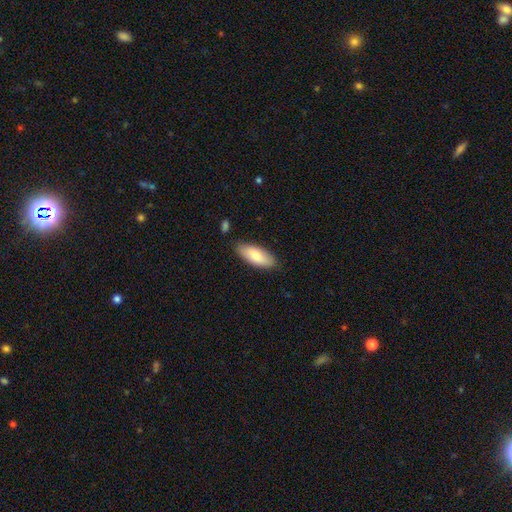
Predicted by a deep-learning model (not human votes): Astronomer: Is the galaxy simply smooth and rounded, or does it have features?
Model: smooth — 79%.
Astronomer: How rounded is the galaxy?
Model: in between — 79%.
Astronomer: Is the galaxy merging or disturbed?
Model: none — 80%.